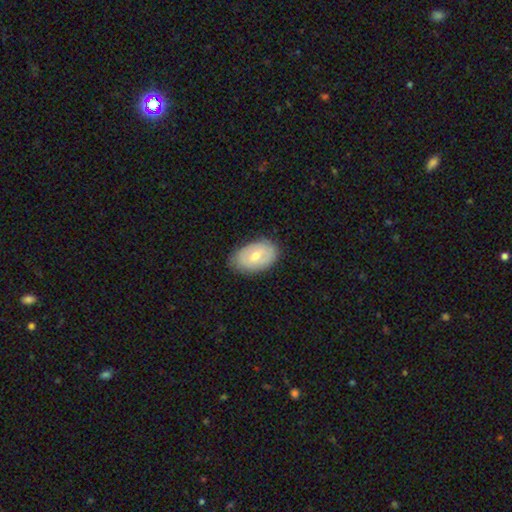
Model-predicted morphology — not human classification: Q: Smooth or featured?
A: smooth (57%); runner-up: featured or disk (36%)
Q: How rounded?
A: in between (90%); runner-up: round (9%)
Q: Merging?
A: none (80%); runner-up: minor disturbance (16%)